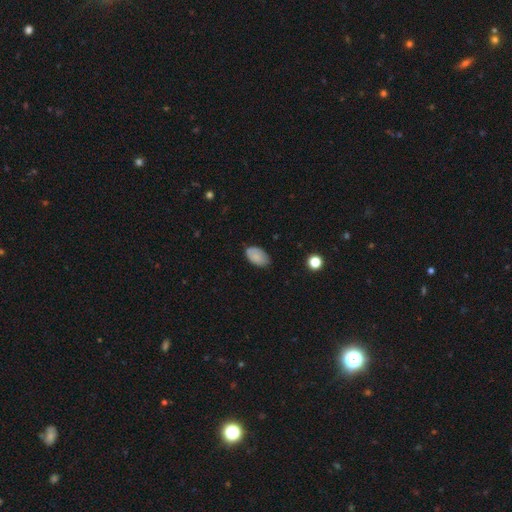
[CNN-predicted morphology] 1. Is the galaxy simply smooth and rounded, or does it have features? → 79% smooth, 13% featured or disk, 8% star or artifact.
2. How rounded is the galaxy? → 93% in between, 6% round, 1% cigar-shaped.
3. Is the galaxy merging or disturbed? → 70% none, 24% minor disturbance, 4% major disturbance, 2% merger.